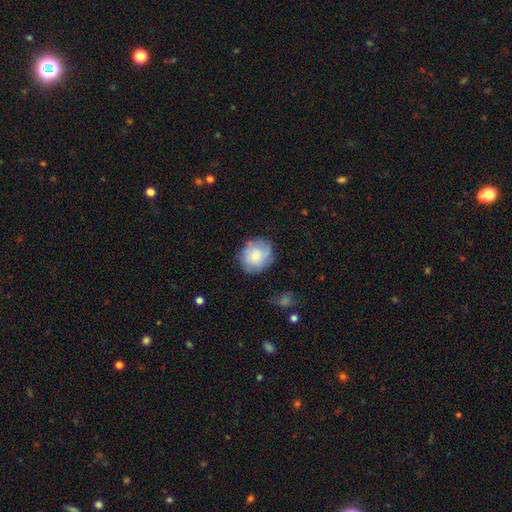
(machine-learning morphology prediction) This appears to be a smooth galaxy with no disk features (66%) that is round (73%). Merging: none (72%).